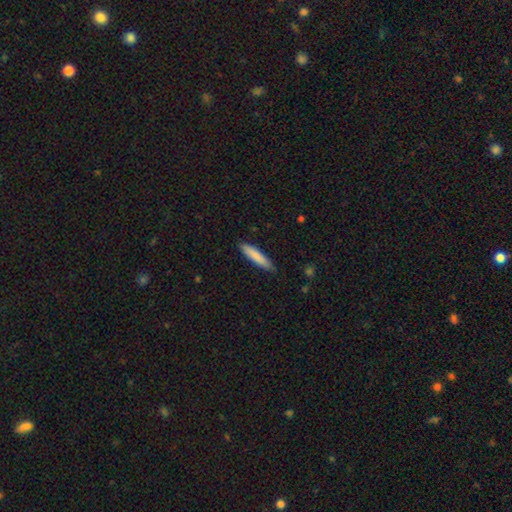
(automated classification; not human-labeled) Smooth or featured? Predicted: smooth (p=0.83). How rounded? Predicted: cigar-shaped (p=0.85). Merging? Predicted: none (p=0.85).